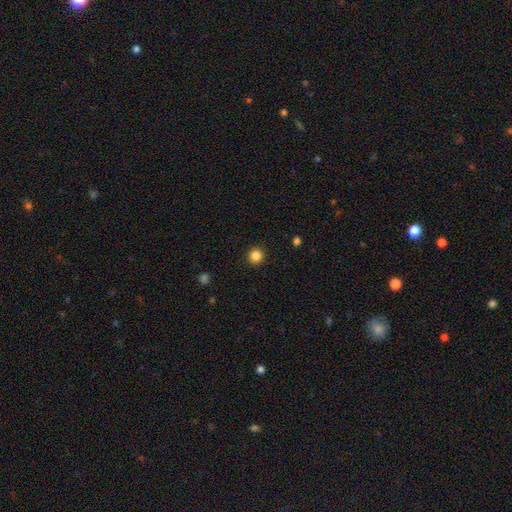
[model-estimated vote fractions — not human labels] A smooth galaxy with no disk features (85%) that is round (95%). Merging: none (93%).